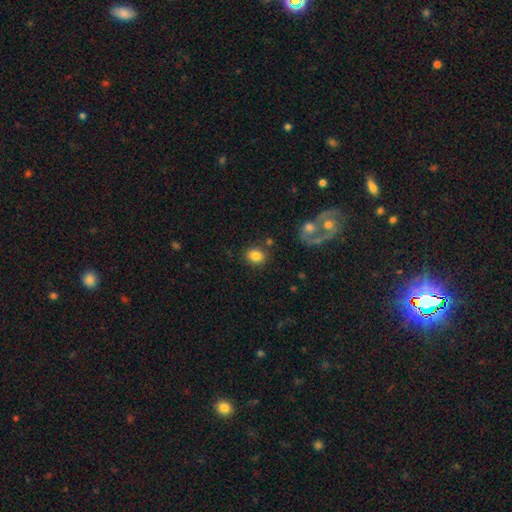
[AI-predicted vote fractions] Overall: smooth (82%). How rounded: round (60%; in between 39%). Merging: none (81%).